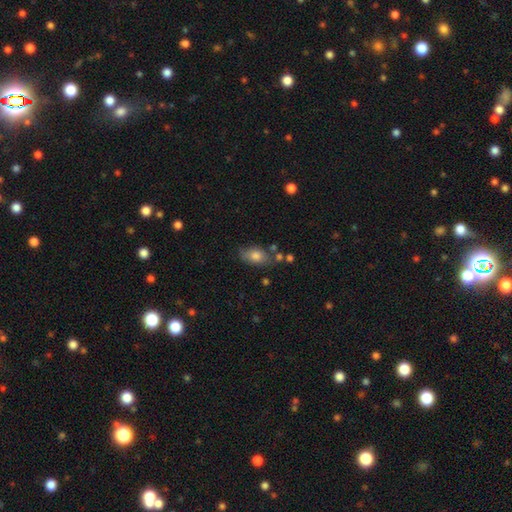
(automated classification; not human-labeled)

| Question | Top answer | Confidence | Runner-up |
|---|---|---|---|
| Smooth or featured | smooth | 77% | featured or disk (15%) |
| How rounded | in between | 87% | round (10%) |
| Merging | none | 64% | minor disturbance (22%) |